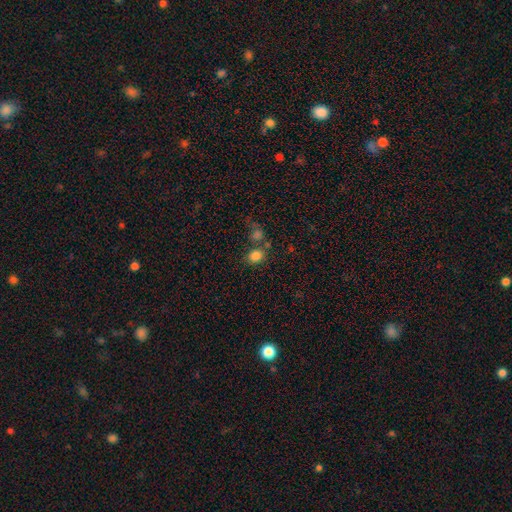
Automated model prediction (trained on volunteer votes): Smooth or featured? smooth (82%)
How rounded? round (58%)
Merging? none (61%)